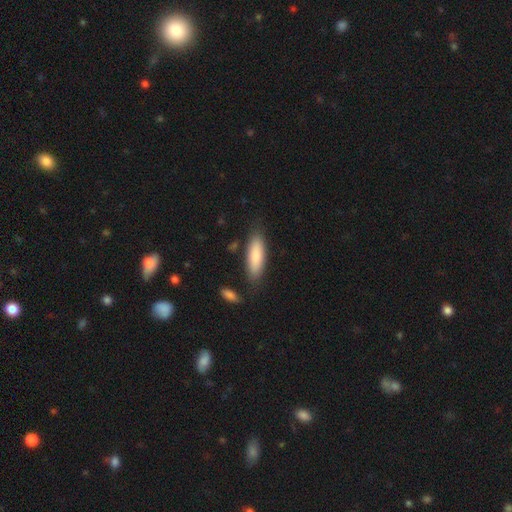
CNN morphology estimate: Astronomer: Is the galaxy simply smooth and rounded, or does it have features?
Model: smooth — 85%.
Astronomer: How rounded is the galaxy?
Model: in between — 57% (runner-up: cigar-shaped, 41%).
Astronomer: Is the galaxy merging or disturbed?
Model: none — 80%.